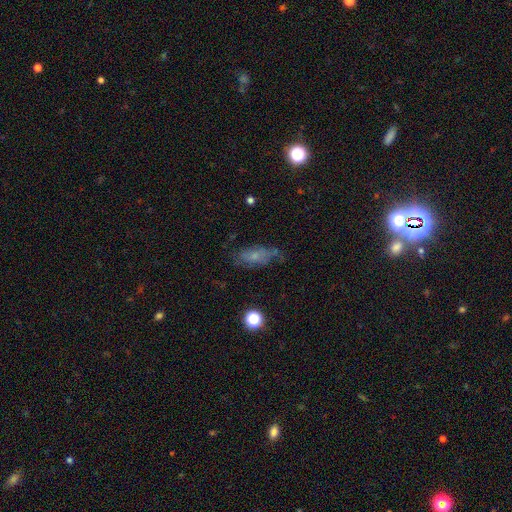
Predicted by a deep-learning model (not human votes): smooth-or-featured: smooth: 48% | featured or disk: 38% | star or artifact: 14%
  merging: none: 54% | minor disturbance: 28% | major disturbance: 14% | merger: 3%